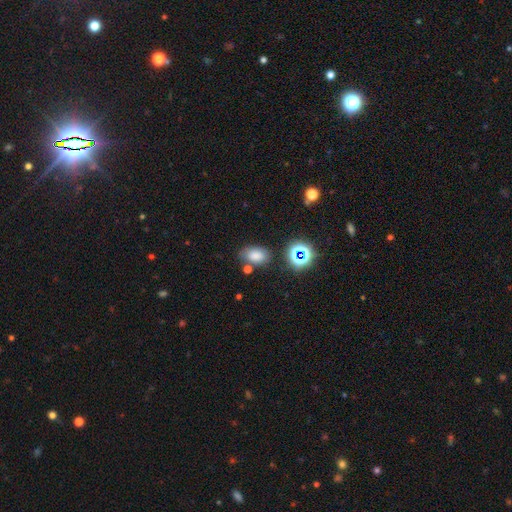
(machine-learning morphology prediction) Smooth or featured? smooth (74%)
How rounded? in between (83%)
Merging? none (72%)